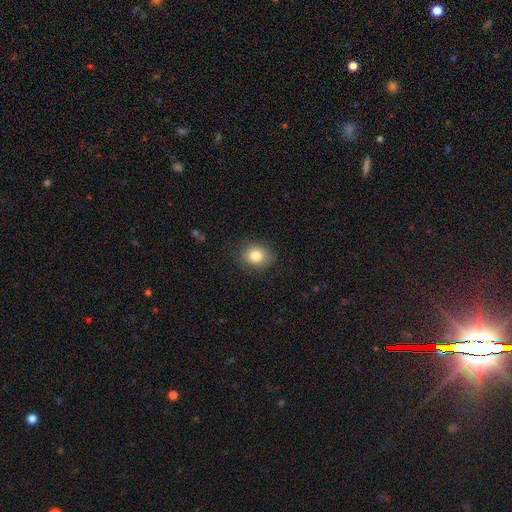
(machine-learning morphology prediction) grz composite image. It shows a smooth galaxy with no disk features (80%) that is round (62%). Merging: none (82%).